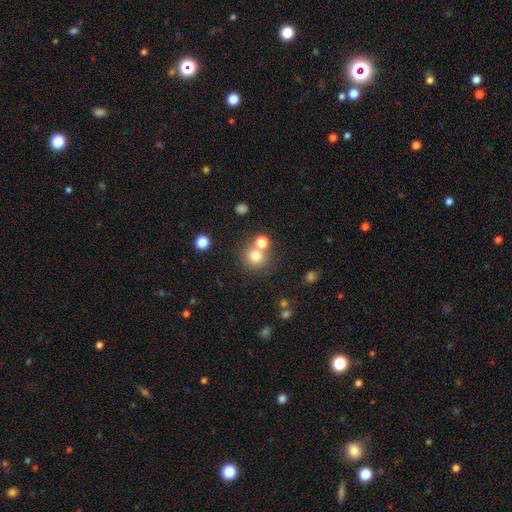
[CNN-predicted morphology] smooth_or_featured: smooth (p=0.76) [alt: star or artifact p=0.16]
how_rounded: round (p=0.92) [alt: in between p=0.07]
merging: none (p=0.64) [alt: merger p=0.25]